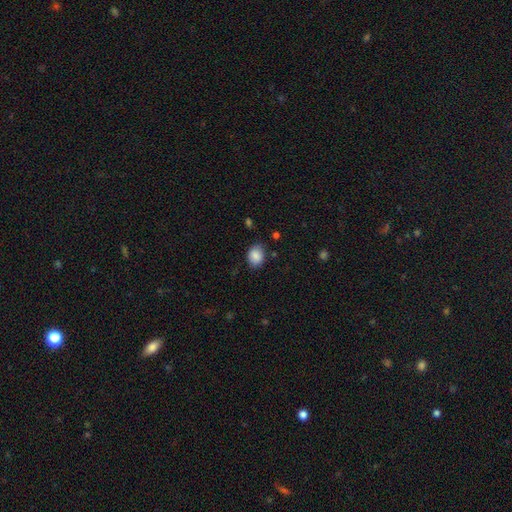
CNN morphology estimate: Smooth or featured?
  - smooth: 87% *
  - star or artifact: 8%
  - featured or disk: 5%
How rounded?
  - in between: 61% *
  - round: 39%
  - cigar-shaped: 1%
Merging?
  - none: 80% *
  - minor disturbance: 15%
  - major disturbance: 3%
  - merger: 2%